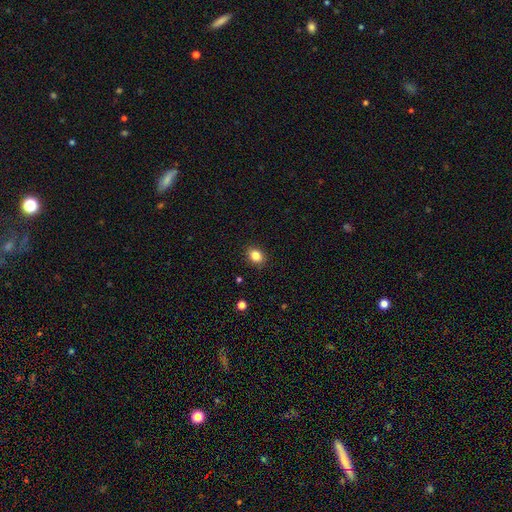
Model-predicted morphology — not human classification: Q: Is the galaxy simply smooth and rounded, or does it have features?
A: smooth — 84%.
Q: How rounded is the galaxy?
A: in between — 62%.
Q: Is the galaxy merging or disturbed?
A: none — 89%.